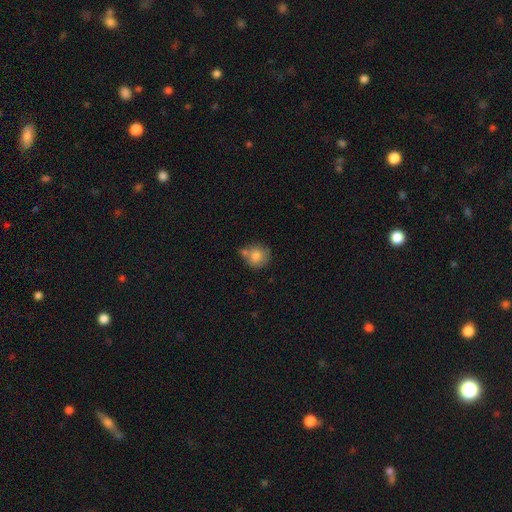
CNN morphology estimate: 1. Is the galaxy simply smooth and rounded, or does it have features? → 81% smooth, 11% featured or disk, 8% star or artifact.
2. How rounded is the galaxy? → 86% round, 13% in between, 1% cigar-shaped.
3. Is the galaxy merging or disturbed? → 53% none, 23% merger, 18% minor disturbance, 5% major disturbance.